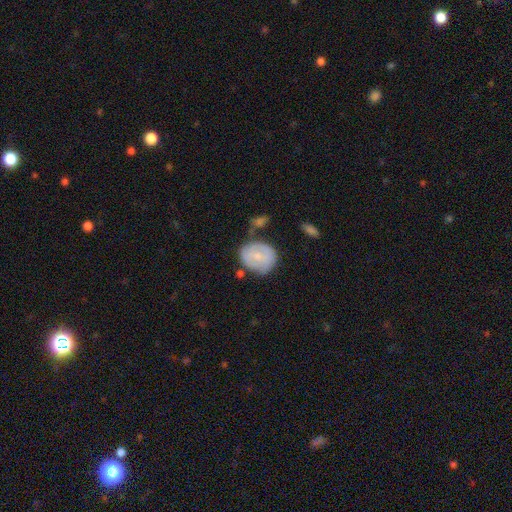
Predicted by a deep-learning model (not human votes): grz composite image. It shows a smooth galaxy with no disk features (56%) that is round (64%). Merging: none (57%).